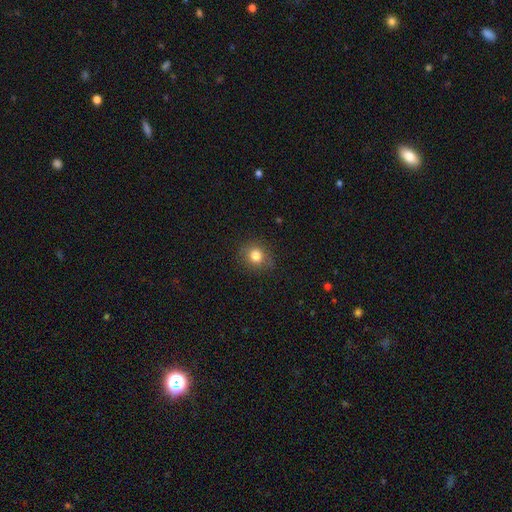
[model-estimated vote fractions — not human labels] A smooth galaxy with no disk features (81%) that is round (82%). Merging: none (86%).